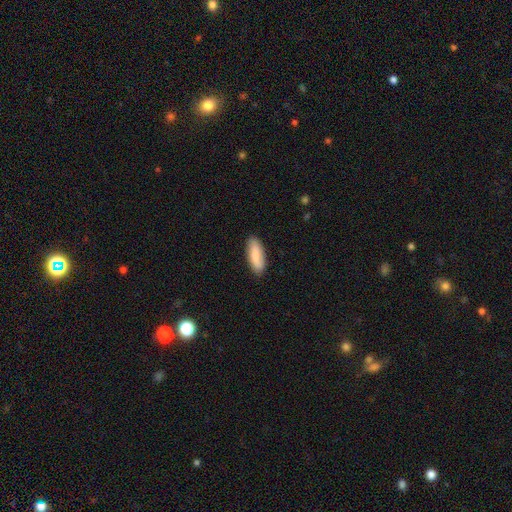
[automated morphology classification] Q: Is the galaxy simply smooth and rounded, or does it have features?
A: smooth — 77%.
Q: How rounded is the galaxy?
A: in between — 70%.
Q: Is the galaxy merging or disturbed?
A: none — 86%.